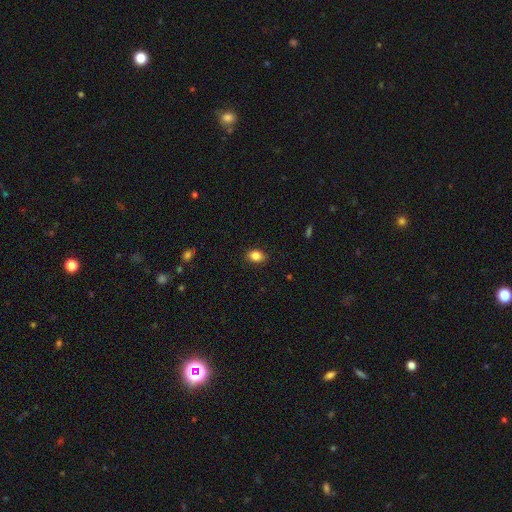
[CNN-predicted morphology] type=smooth (85%); roundness=in between (73%); merging=none (87%).